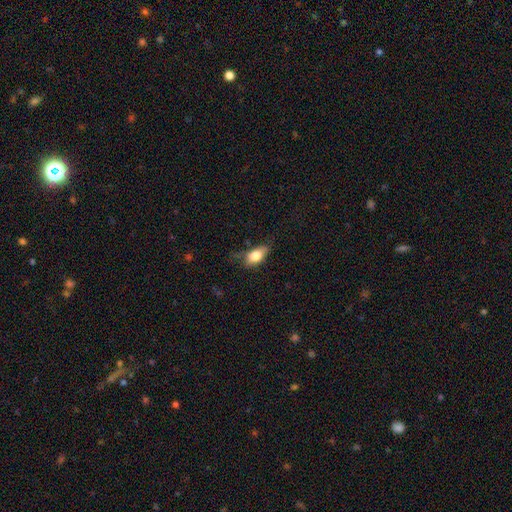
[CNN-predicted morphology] Q: Smooth or featured?
A: smooth (76%); runner-up: featured or disk (16%)
Q: How rounded?
A: in between (84%); runner-up: cigar-shaped (8%)
Q: Merging?
A: none (49%); runner-up: minor disturbance (34%)